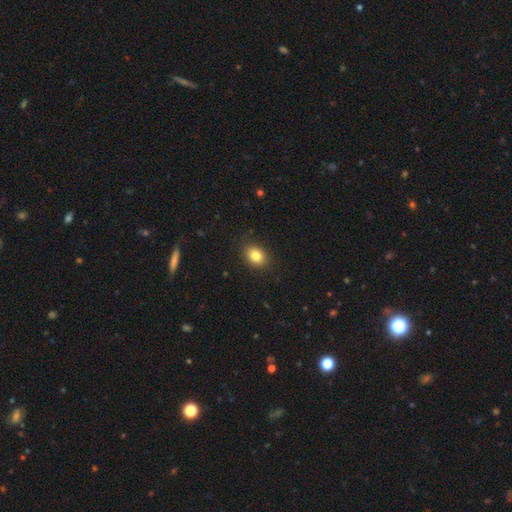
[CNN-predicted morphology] The model was most divided on "how rounded": in between: 61%, round: 38%, cigar-shaped: 1%. More confident: merging — none (87%); smooth or featured — smooth (83%).